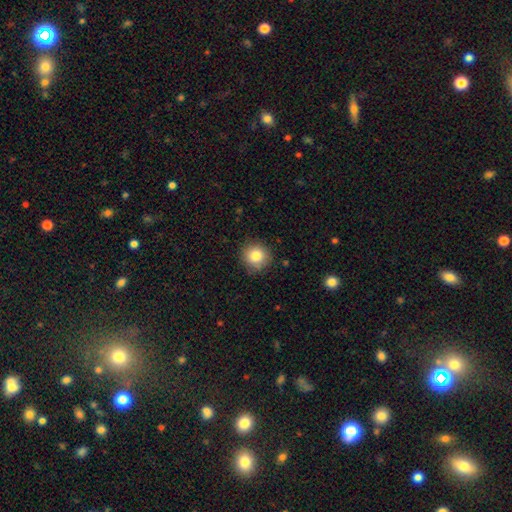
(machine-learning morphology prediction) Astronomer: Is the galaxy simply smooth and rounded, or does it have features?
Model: smooth — 82%.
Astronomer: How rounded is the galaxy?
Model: round — 92%.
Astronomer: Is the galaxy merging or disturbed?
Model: none — 86%.